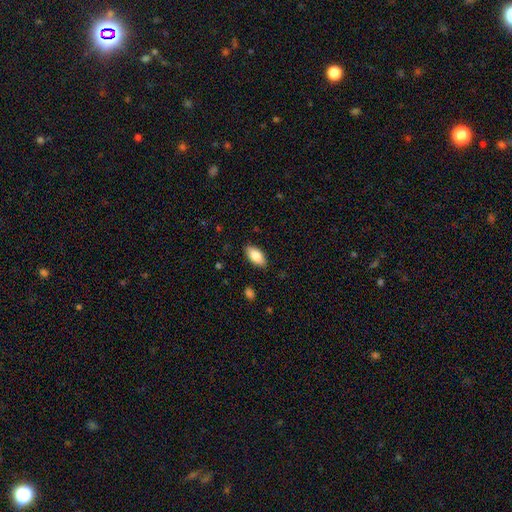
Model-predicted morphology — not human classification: smooth_or_featured: smooth (p=0.84) [alt: featured or disk p=0.10]
how_rounded: in between (p=0.92) [alt: cigar-shaped p=0.05]
merging: none (p=0.87) [alt: minor disturbance p=0.10]